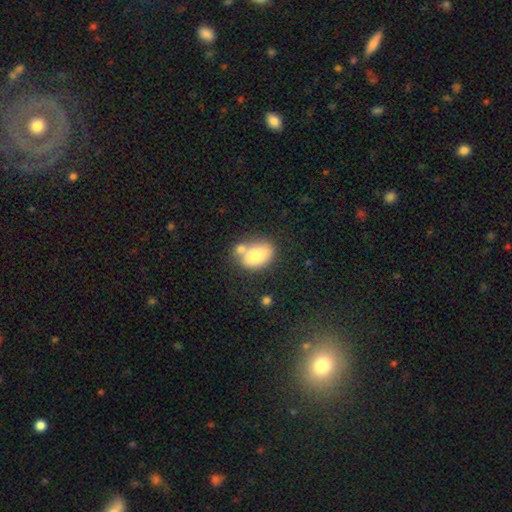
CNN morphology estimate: Q: Smooth or featured?
A: smooth (79%); runner-up: featured or disk (13%)
Q: How rounded?
A: in between (81%); runner-up: round (18%)
Q: Merging?
A: none (49%); runner-up: merger (27%)